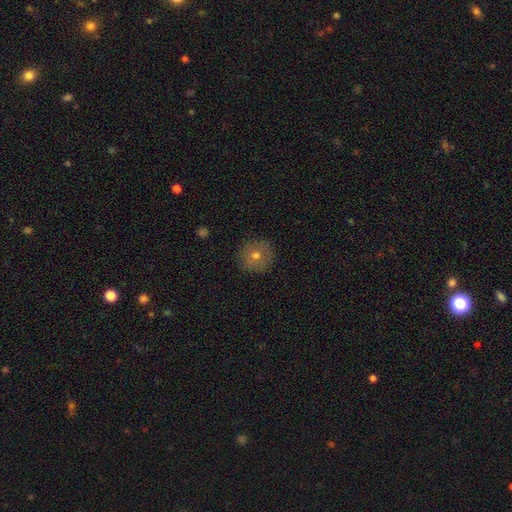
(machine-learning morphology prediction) Smooth or featured? Predicted: smooth (p=0.63). How rounded? Predicted: round (p=0.95). Merging? Predicted: none (p=0.88).